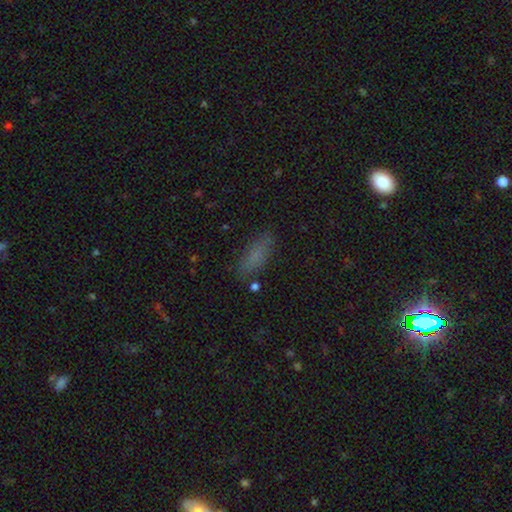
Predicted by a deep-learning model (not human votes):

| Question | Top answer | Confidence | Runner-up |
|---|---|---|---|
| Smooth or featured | smooth | 75% | star or artifact (14%) |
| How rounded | in between | 59% | cigar-shaped (38%) |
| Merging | none | 80% | minor disturbance (14%) |